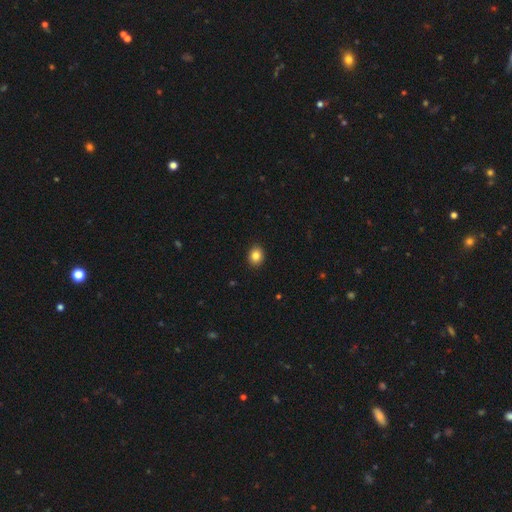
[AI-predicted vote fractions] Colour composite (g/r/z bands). It shows a smooth galaxy with no disk features (84%) that is round (58%). Merging: none (91%).